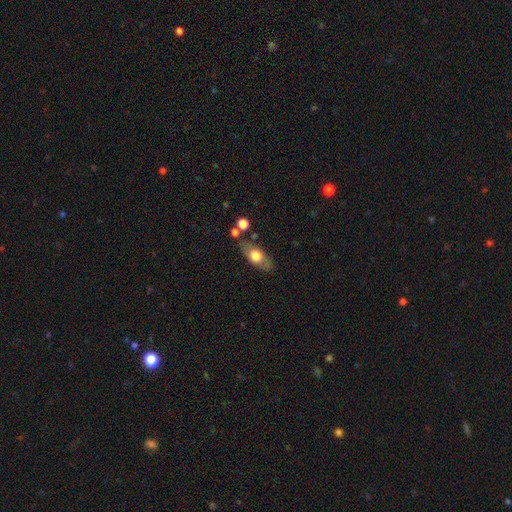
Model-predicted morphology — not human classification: The model was most divided on "smooth or featured": smooth: 58%, featured or disk: 35%, star or artifact: 7%. More confident: how rounded — in between (75%); merging — none (71%).